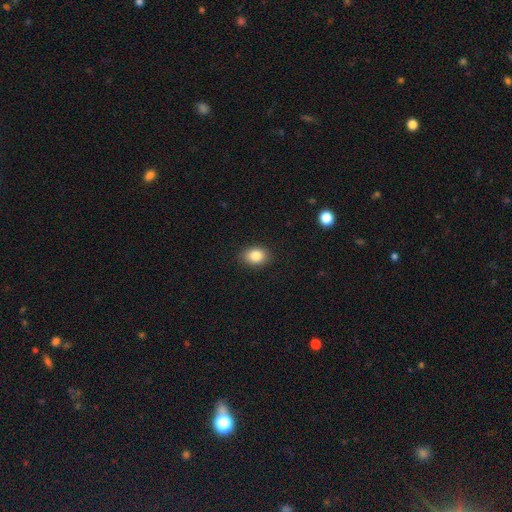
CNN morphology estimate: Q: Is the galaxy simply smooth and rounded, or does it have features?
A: smooth — 85%.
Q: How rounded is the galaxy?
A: in between — 67%.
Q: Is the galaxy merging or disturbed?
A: none — 87%.